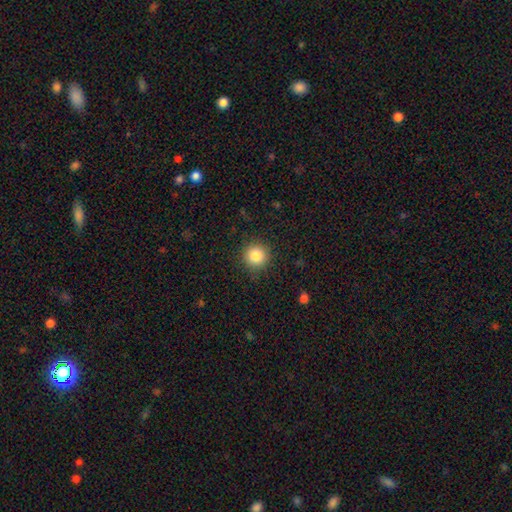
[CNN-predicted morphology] The model was most divided on "smooth or featured": smooth: 84%, star or artifact: 11%, featured or disk: 5%. More confident: how rounded — round (94%); merging — none (90%).